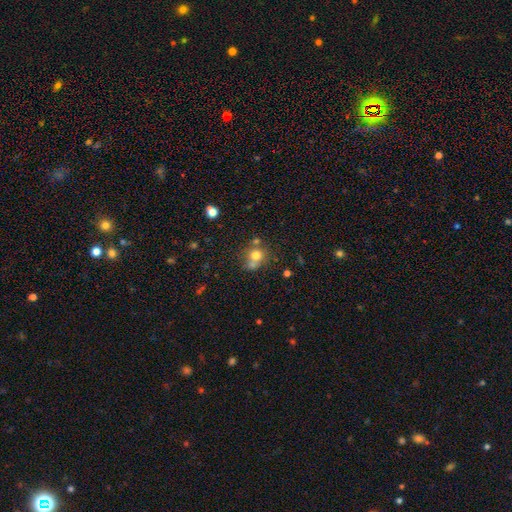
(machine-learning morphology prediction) smooth-or-featured: smooth: 71% | star or artifact: 15% | featured or disk: 14%
  how-rounded: round: 79% | in between: 20% | cigar-shaped: 1%
  merging: none: 50% | merger: 31% | minor disturbance: 14% | major disturbance: 6%